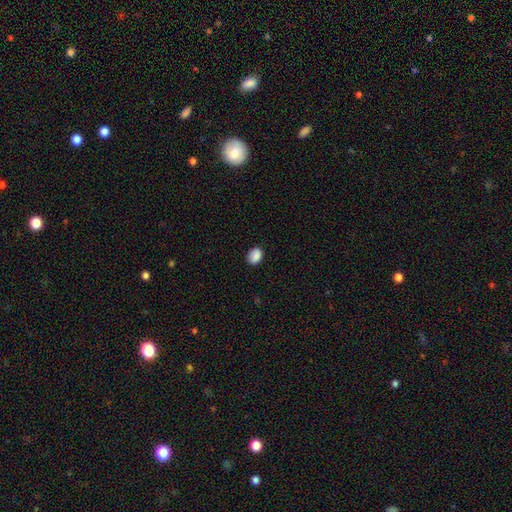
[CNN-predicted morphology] smooth_or_featured: smooth (p=0.88) [alt: star or artifact p=0.08]
how_rounded: in between (p=0.63) [alt: round p=0.36]
merging: none (p=0.84) [alt: minor disturbance p=0.12]